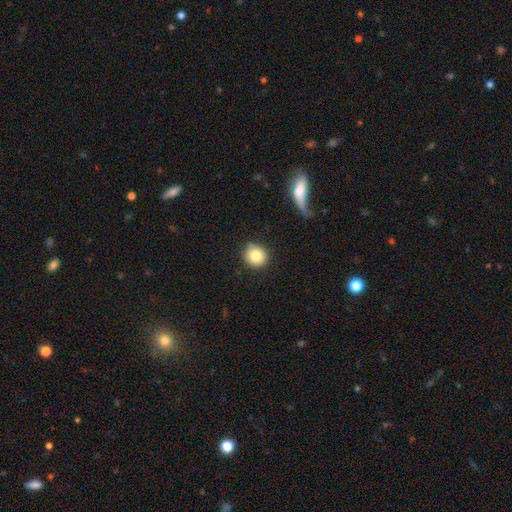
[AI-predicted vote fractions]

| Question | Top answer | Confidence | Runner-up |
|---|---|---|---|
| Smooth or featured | smooth | 82% | star or artifact (9%) |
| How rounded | round | 92% | in between (7%) |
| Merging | none | 84% | minor disturbance (10%) |